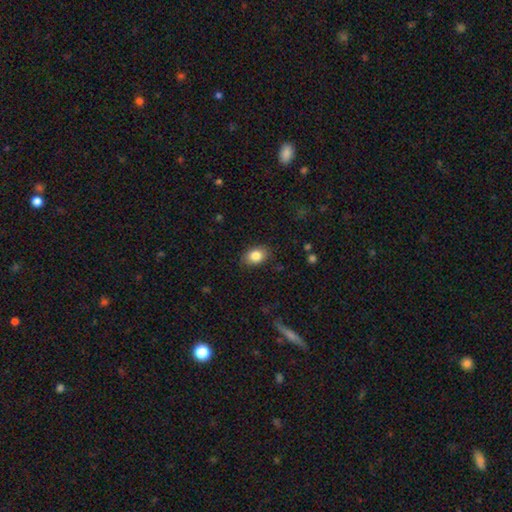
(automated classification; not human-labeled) Overall: smooth (83%). How rounded: in between (77%). Merging: none (84%).